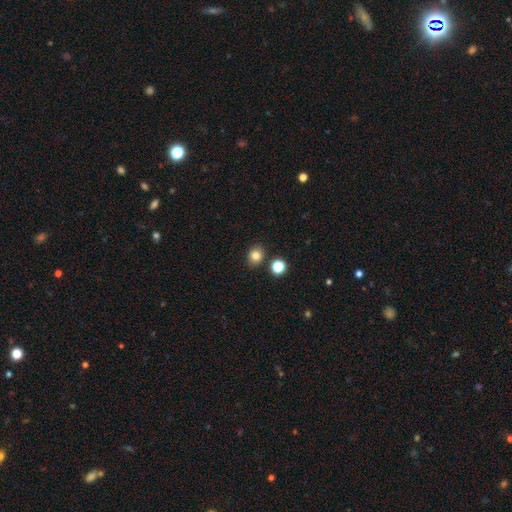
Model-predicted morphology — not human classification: type=smooth (81%); roundness=round (66%); merging=none (83%).